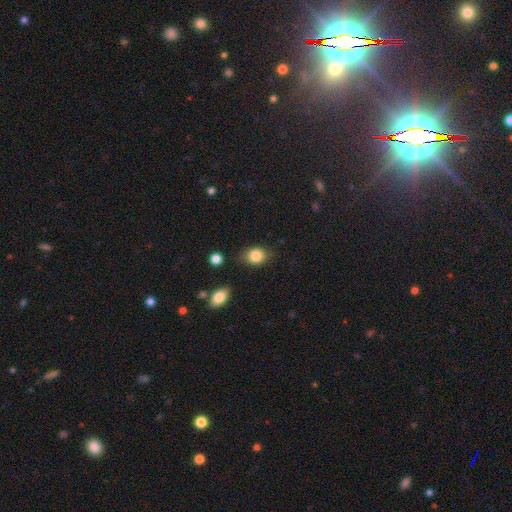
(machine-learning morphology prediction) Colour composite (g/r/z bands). It shows a smooth galaxy with no disk features (85%) that is in between round and cigar-shaped (58%). Merging: none (77%).